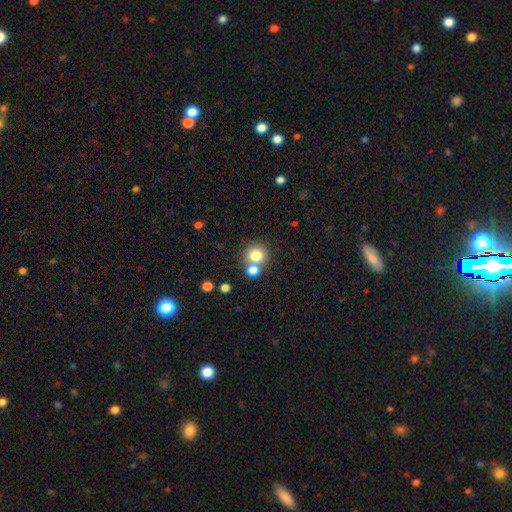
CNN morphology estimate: Smooth or featured: smooth — 78% (star or artifact — 13%)
How rounded: round — 88% (in between — 11%)
Merging: none — 62% (merger — 27%)